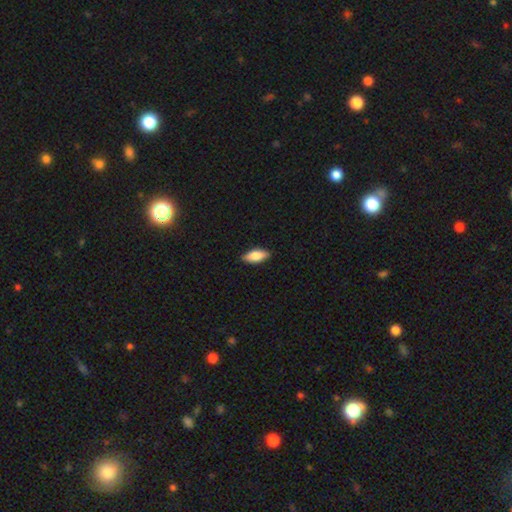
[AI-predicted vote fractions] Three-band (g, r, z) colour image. It shows a smooth galaxy with no disk features (81%) that is in between round and cigar-shaped (84%). Merging: none (88%).